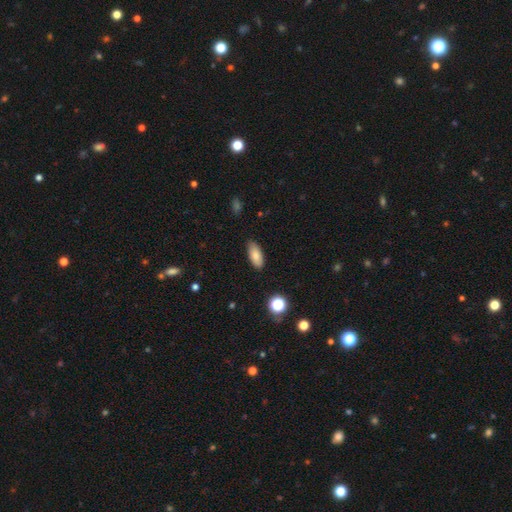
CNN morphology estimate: A smooth galaxy with no disk features (83%) that is in between round and cigar-shaped (85%). Merging: none (86%).